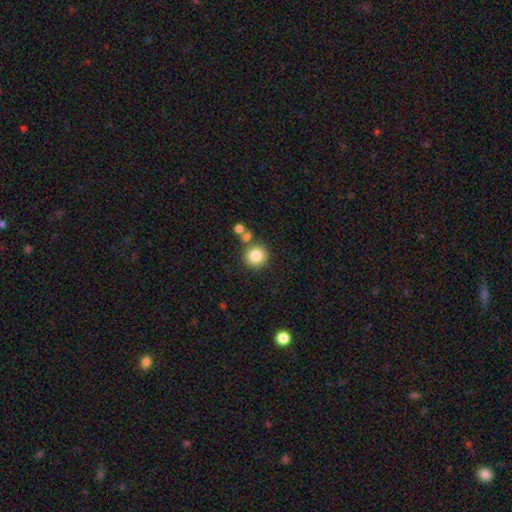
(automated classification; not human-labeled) Morphology: type=smooth (83%); roundness=round (93%); merging=none (76%).